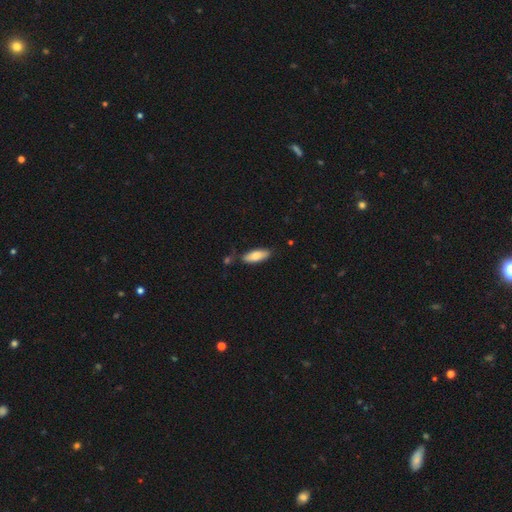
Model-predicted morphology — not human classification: smooth 79%, featured or disk 15%, star or artifact 6%. Down the decision tree: how rounded — in between (68%); merging — none (76%).